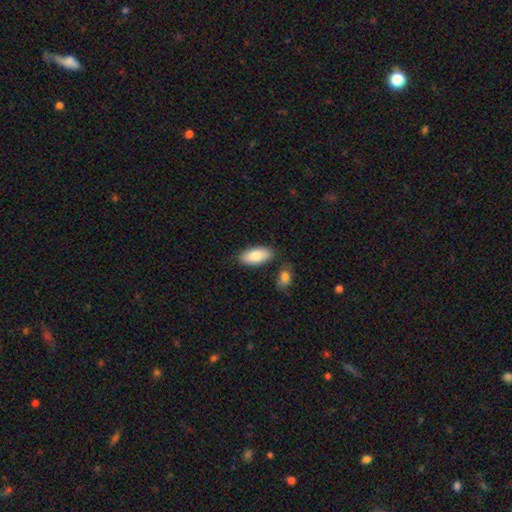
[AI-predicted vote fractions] Smooth or featured? smooth (85%)
How rounded? in between (91%)
Merging? none (80%)